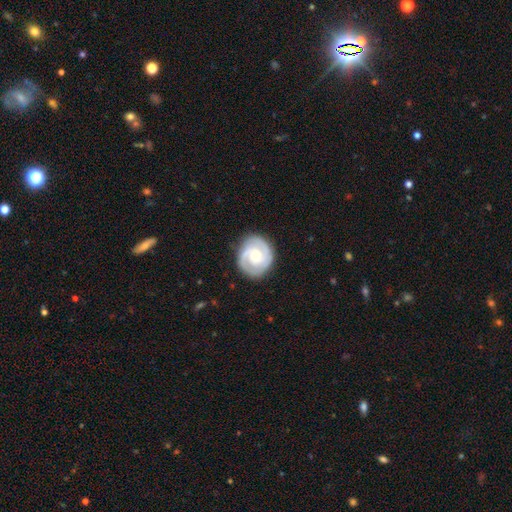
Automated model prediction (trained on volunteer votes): This appears to be a featured or disk galaxy (80%) with no bar (62%), 2 (68%) tight (59%) spiral arms (95%) and a moderate central bulge (50%). Merging: none (83%).